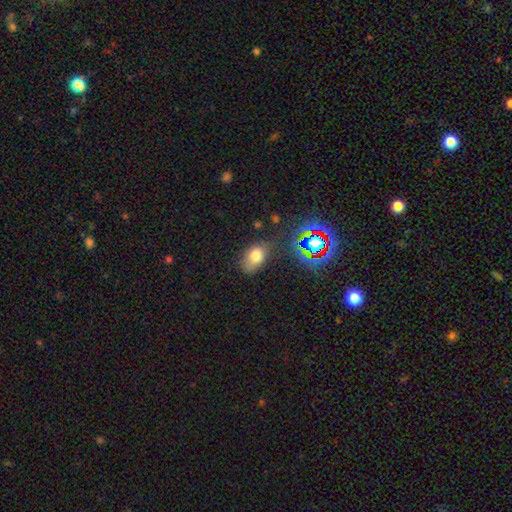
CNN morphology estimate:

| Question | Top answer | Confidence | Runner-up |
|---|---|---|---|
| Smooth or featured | smooth | 73% | star or artifact (16%) |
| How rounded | in between | 84% | round (15%) |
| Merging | none | 59% | minor disturbance (26%) |